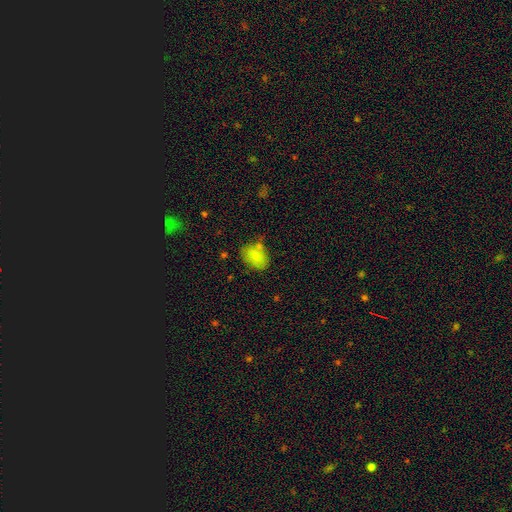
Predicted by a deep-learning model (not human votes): A smooth galaxy with no disk features (82%) that is in between round and cigar-shaped (78%).

Vote fractions:
- Smooth or featured? smooth: 82% / featured or disk: 10% / star or artifact: 8%
- How rounded? in between: 78% / round: 21% / cigar-shaped: 1%
- Merging? none: 61% / minor disturbance: 21% / merger: 12% / major disturbance: 6%